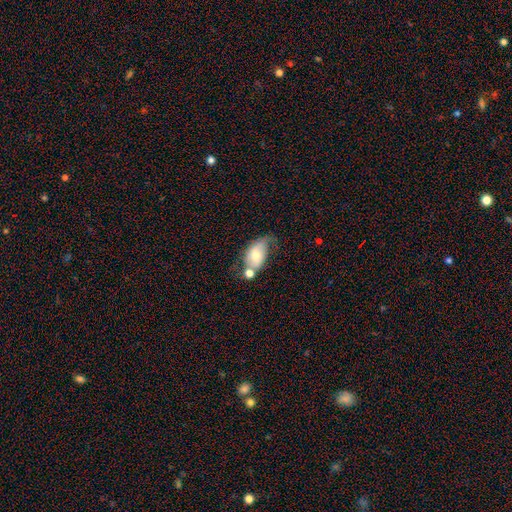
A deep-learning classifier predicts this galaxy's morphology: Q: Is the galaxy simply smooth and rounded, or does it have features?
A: smooth — 54%.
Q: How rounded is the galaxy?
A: in between — 87%.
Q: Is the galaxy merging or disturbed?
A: none — 30%.